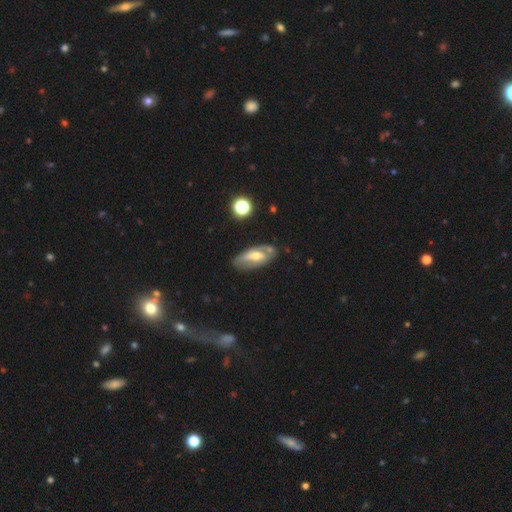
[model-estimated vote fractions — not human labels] A featured or disk galaxy (65%) with a weak bar (38%), spiral arms (57%) and a moderate central bulge (64%). Merging: none (67%).